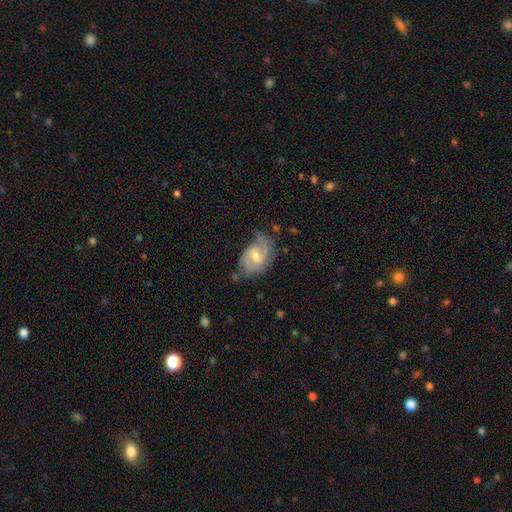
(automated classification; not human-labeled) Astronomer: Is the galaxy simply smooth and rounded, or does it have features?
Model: featured or disk — 74%.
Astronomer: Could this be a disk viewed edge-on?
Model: no — 96%.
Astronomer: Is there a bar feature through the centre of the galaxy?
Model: weak — 55% (runner-up: no, 32%).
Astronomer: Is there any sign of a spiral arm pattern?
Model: yes — 89%.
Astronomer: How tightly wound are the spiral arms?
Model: medium — 41% (runner-up: tight, 40%).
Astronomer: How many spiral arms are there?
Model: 2 — 61%.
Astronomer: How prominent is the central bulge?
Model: moderate — 61%.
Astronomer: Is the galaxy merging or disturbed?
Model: none — 56%.